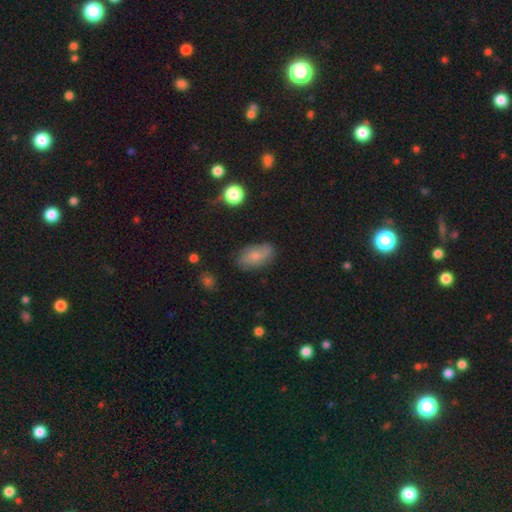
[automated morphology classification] smooth 64%, featured or disk 27%, star or artifact 9%. Down the decision tree: how rounded — in between (90%); merging — none (73%).